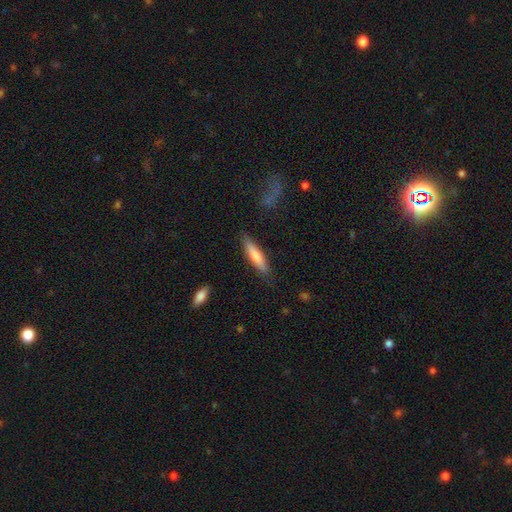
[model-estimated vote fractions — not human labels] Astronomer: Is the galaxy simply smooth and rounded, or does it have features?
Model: smooth — 73%.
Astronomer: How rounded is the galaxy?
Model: cigar-shaped — 82%.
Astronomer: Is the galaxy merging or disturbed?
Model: none — 85%.